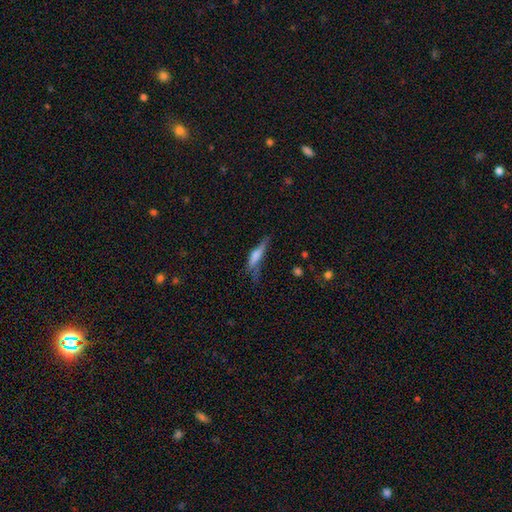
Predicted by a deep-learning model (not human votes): This is possibly a smooth galaxy (59%). How rounded: likely cigar-shaped (77%). Merging: marginally none (43%).